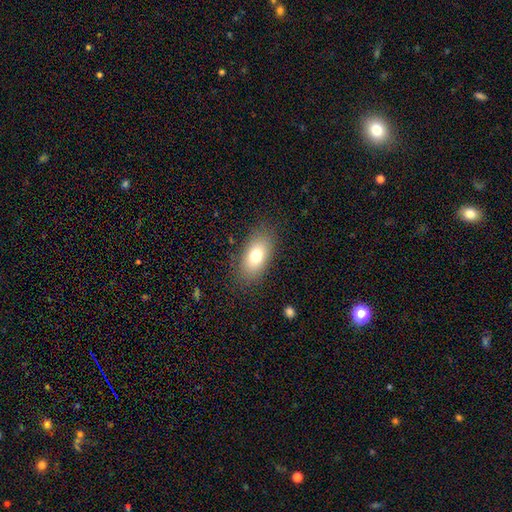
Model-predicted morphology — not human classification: smooth-or-featured: smooth: 76% | featured or disk: 15% | star or artifact: 9%
  how-rounded: in between: 89% | round: 6% | cigar-shaped: 5%
  merging: none: 84% | minor disturbance: 11% | major disturbance: 4% | merger: 1%